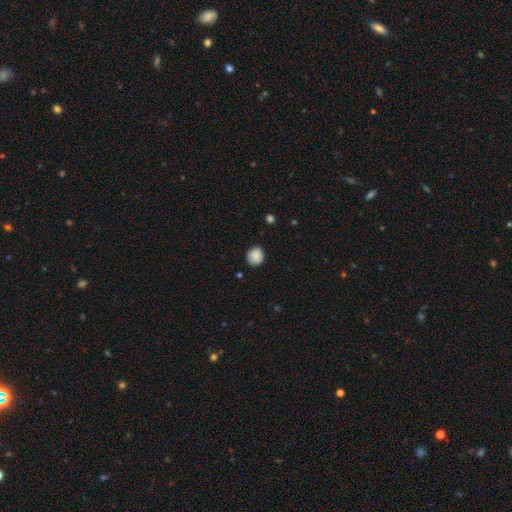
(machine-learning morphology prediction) Overall: smooth (89%). How rounded: round (76%). Merging: none (84%).